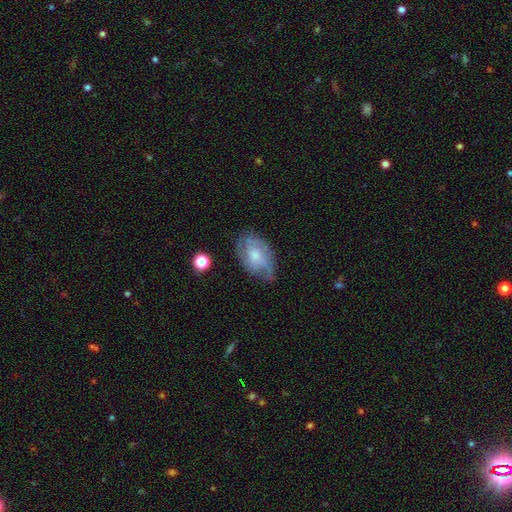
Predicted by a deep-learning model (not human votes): Smooth or featured? Predicted: featured or disk (p=0.58). Edge-on disk? Predicted: no (p=0.95). Bar? Predicted: no (p=0.72). Spiral arms? Predicted: yes (p=0.80). Bulge size? Predicted: moderate (p=0.44). Merging? Predicted: none (p=0.59).